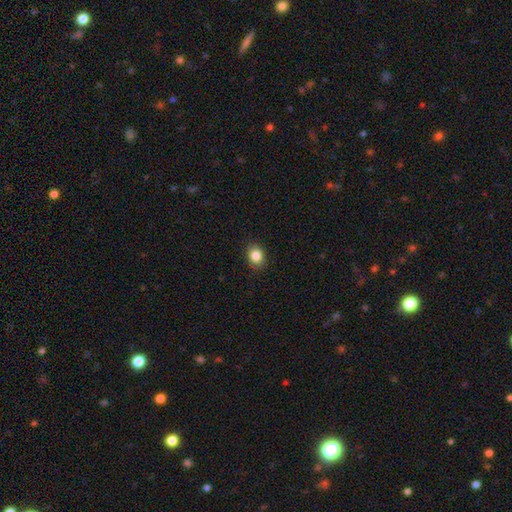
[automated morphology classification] A smooth galaxy with no disk features (85%) that is in between round and cigar-shaped (51%).

Vote fractions:
- Smooth or featured? smooth: 85% / star or artifact: 10% / featured or disk: 5%
- How rounded? in between: 51% / round: 48% / cigar-shaped: 1%
- Merging? none: 90% / minor disturbance: 7% / major disturbance: 2% / merger: 1%